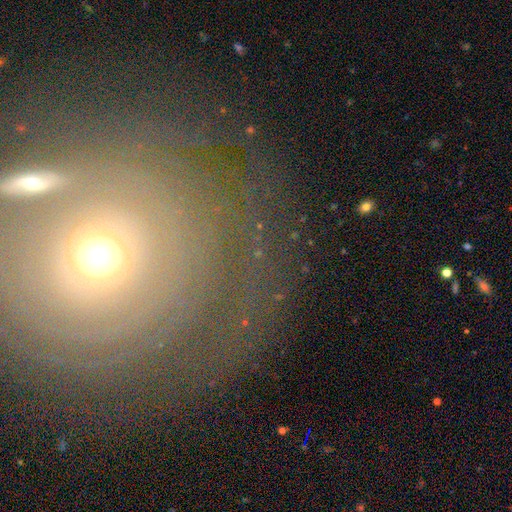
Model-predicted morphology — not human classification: Smooth or featured?
  - featured or disk: 58% *
  - smooth: 23%
  - star or artifact: 20%
Edge-on disk?
  - no: 93% *
  - yes: 7%
Bar?
  - no: 81% *
  - weak: 12%
  - strong: 6%
Spiral arms?
  - yes: 62% *
  - no: 38%
Bulge size?
  - moderate: 49% *
  - small: 40%
  - large: 6%
  - dominant: 2%
  - none: 2%
Merging?
  - none: 70% *
  - minor disturbance: 14%
  - major disturbance: 13%
  - merger: 3%